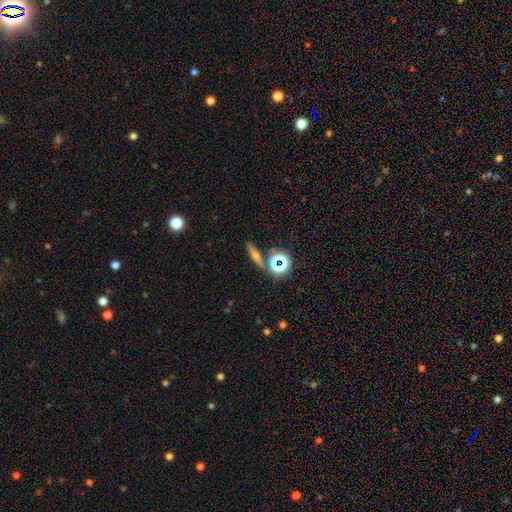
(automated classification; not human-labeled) Q: Smooth or featured?
A: smooth (39%); runner-up: featured or disk (37%)
Q: Merging?
A: none (81%); runner-up: minor disturbance (9%)